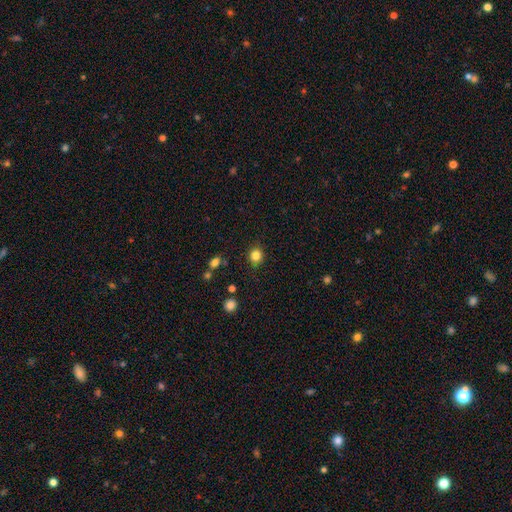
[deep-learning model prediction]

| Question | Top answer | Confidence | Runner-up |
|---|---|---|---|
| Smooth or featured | smooth | 83% | star or artifact (11%) |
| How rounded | round | 76% | in between (23%) |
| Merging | none | 86% | minor disturbance (10%) |